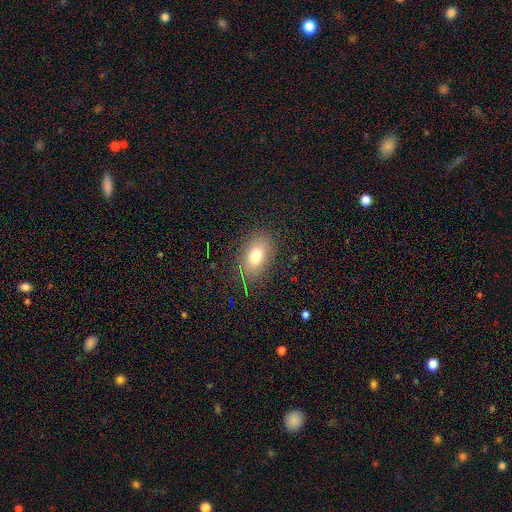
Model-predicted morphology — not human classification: smooth-or-featured: smooth: 75% | featured or disk: 13% | star or artifact: 12%
  how-rounded: in between: 84% | round: 14% | cigar-shaped: 2%
  merging: none: 84% | minor disturbance: 11% | major disturbance: 4% | merger: 1%